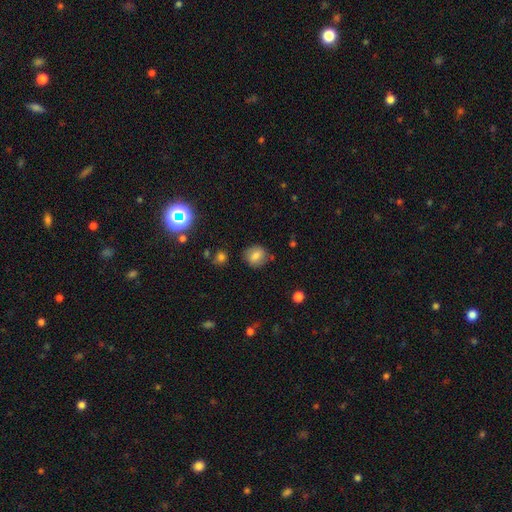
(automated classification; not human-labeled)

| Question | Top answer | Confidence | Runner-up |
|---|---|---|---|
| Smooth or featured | smooth | 74% | featured or disk (15%) |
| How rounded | round | 73% | in between (26%) |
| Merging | none | 82% | minor disturbance (12%) |